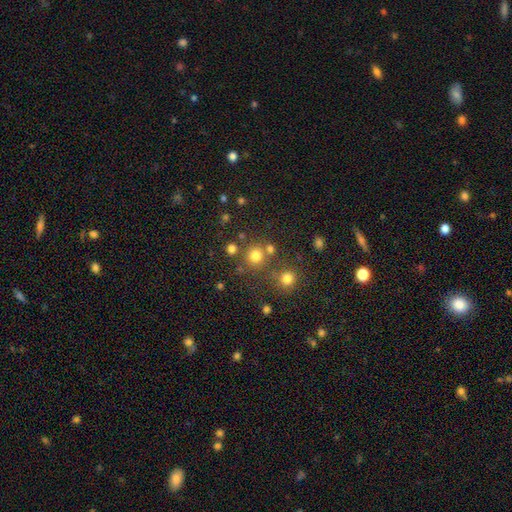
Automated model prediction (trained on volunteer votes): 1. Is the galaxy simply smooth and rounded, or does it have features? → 76% smooth, 17% star or artifact, 7% featured or disk.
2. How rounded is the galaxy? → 90% round, 9% in between, 1% cigar-shaped.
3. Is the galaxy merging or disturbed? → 73% none, 15% merger, 8% minor disturbance, 4% major disturbance.